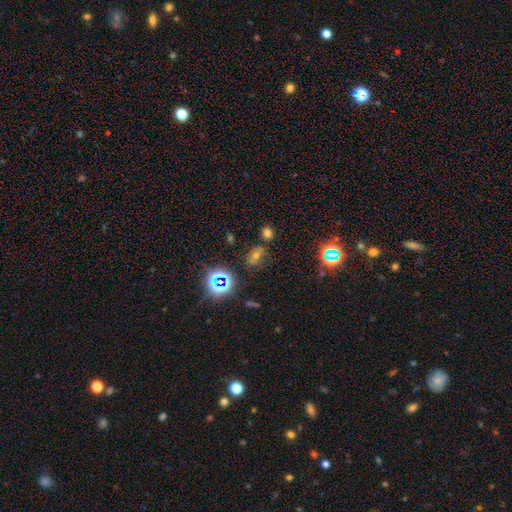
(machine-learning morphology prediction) The model was most divided on "smooth or featured": star or artifact: 47%, smooth: 37%, featured or disk: 16%.